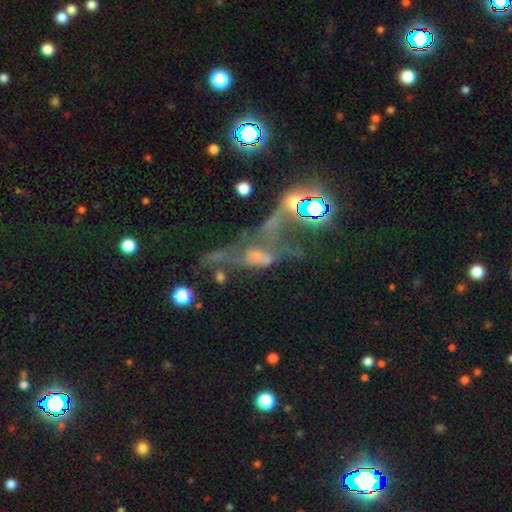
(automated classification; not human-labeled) This appears to be a featured or disk galaxy (44%). Merging: major disturbance (34%).